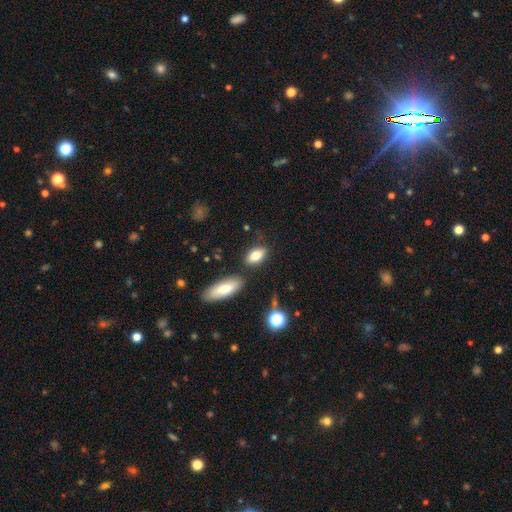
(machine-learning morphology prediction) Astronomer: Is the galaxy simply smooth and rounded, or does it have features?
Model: smooth — 80%.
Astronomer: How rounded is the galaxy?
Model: in between — 86%.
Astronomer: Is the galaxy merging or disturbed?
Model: none — 75%.